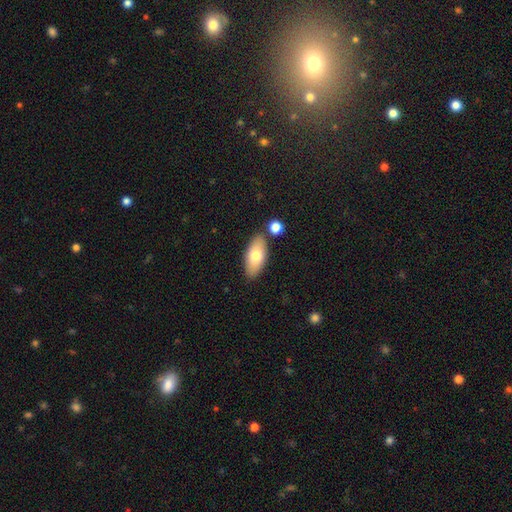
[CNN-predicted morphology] smooth-or-featured: smooth: 73% | featured or disk: 20% | star or artifact: 7%
  how-rounded: in between: 88% | cigar-shaped: 9% | round: 3%
  merging: none: 79% | minor disturbance: 11% | merger: 8% | major disturbance: 2%